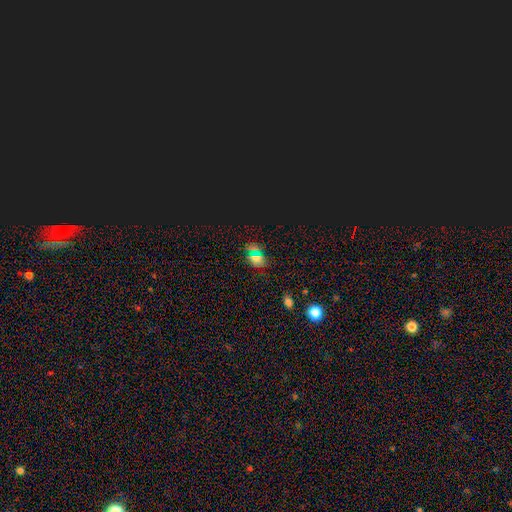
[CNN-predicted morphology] smooth 48%, star or artifact 44%, featured or disk 9%. Down the decision tree: merging — none (77%).